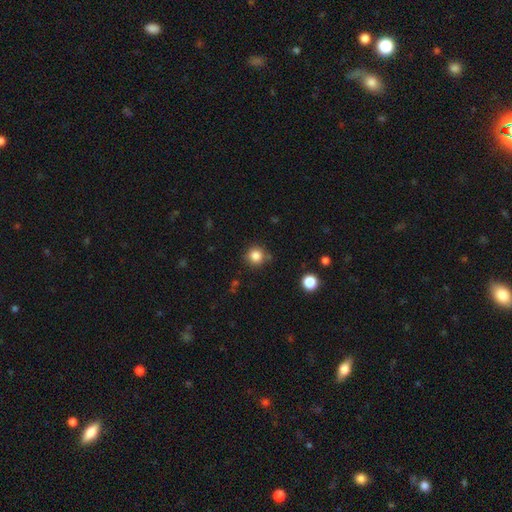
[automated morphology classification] Overall: smooth (84%). How rounded: round (93%). Merging: none (82%).